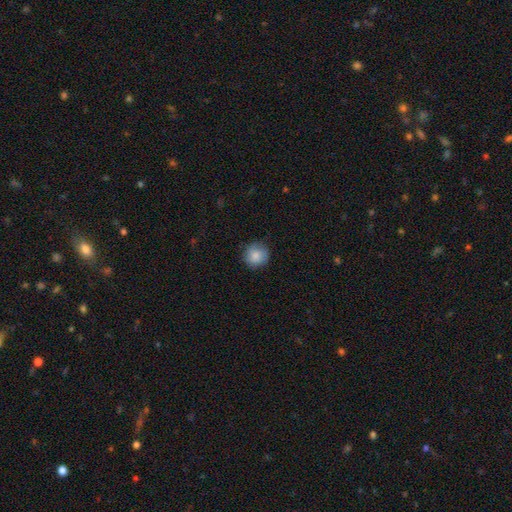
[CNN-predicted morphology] A smooth galaxy with no disk features (85%) that is round (92%).

Vote fractions:
- Smooth or featured? smooth: 85% / star or artifact: 8% / featured or disk: 7%
- How rounded? round: 92% / in between: 7% / cigar-shaped: 1%
- Merging? none: 83% / minor disturbance: 14% / major disturbance: 3% / merger: 1%